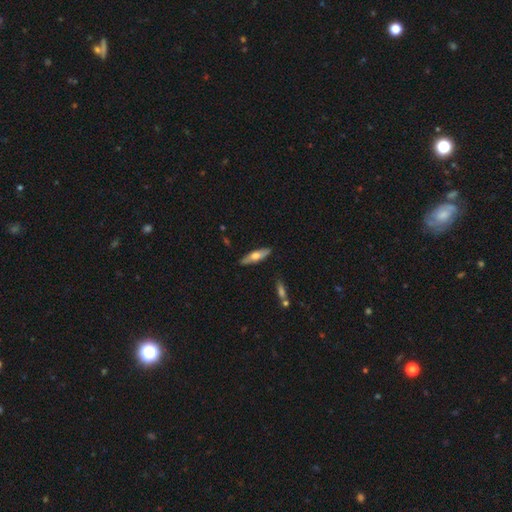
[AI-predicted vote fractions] This appears to be a smooth galaxy with no disk features (54%) that is cigar-shaped (59%). Merging: none (85%).